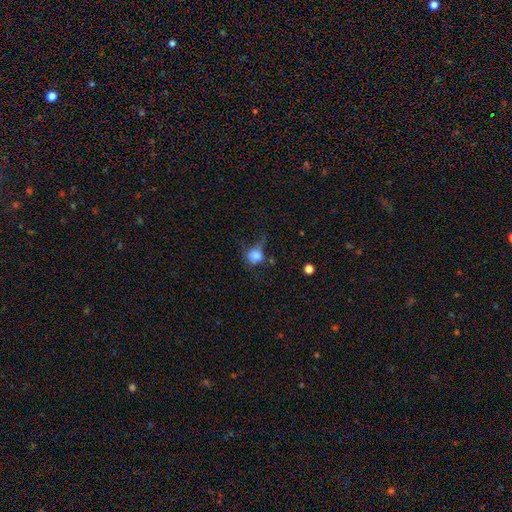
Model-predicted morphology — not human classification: This appears to be a smooth galaxy with no disk features (69%) that is round (58%). Merging: major disturbance (35%).